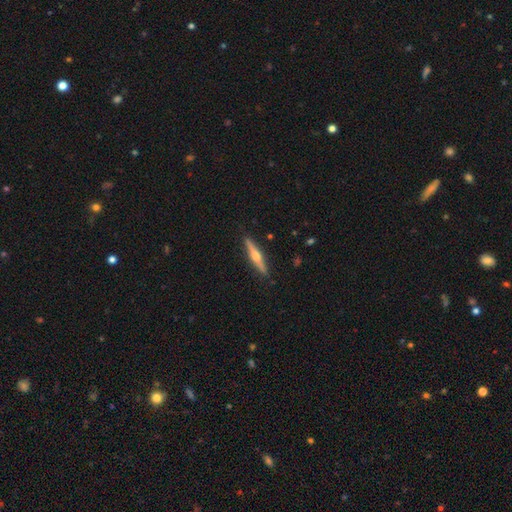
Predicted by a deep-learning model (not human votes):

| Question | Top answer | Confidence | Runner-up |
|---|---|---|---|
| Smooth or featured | featured or disk | 63% | smooth (32%) |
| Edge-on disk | yes | 98% | no (2%) |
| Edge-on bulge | rounded | 88% | boxy (7%) |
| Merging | none | 90% | minor disturbance (7%) |